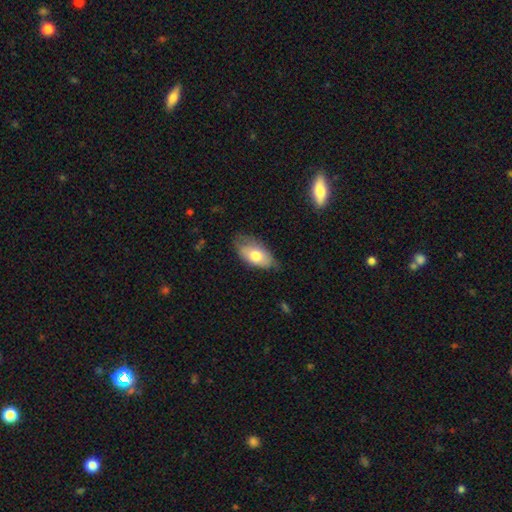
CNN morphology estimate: smooth_or_featured: smooth (p=0.72) [alt: featured or disk p=0.21]
how_rounded: in between (p=0.93) [alt: round p=0.04]
merging: none (p=0.59) [alt: minor disturbance p=0.32]